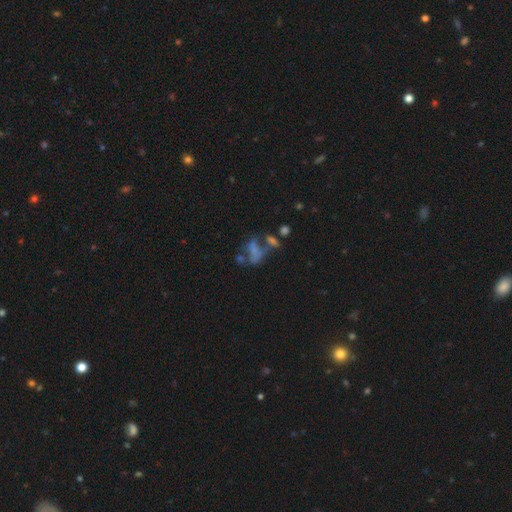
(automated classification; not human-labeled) Q: Smooth or featured?
A: featured or disk (46%); runner-up: star or artifact (31%)
Q: Merging?
A: none (45%); runner-up: merger (23%)